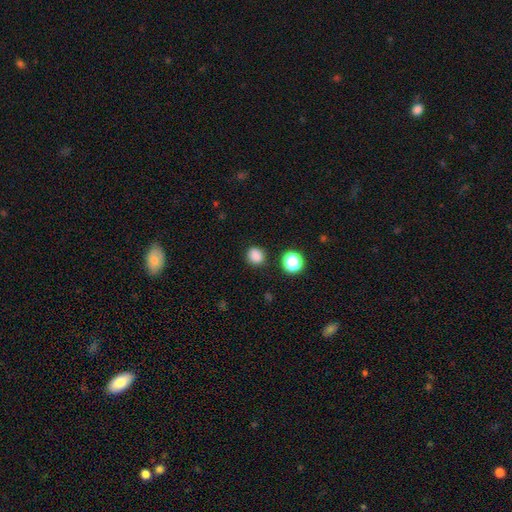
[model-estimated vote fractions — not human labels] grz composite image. It shows a smooth galaxy with no disk features (83%) that is round (83%). Merging: none (87%).